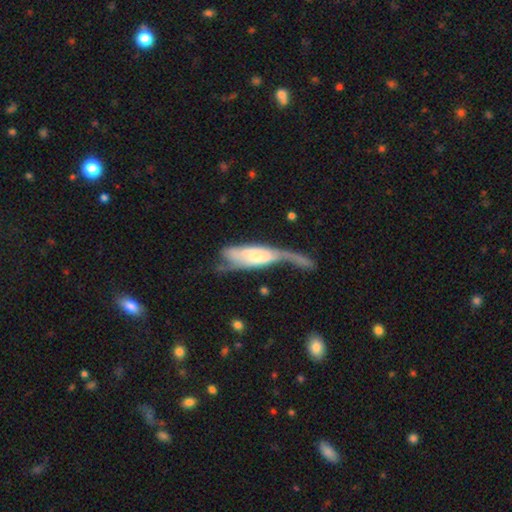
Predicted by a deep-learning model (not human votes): The model was most divided on "smooth or featured": featured or disk: 58%, smooth: 36%, star or artifact: 6%. Remaining: edge-on disk — no (69%); merging — major disturbance (44%).